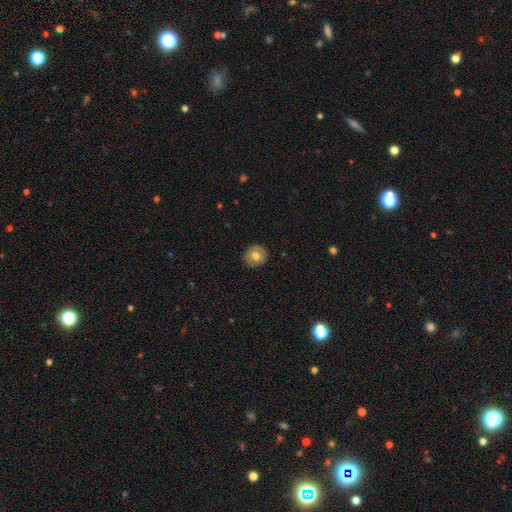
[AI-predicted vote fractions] A smooth galaxy with no disk features (66%) that is round (86%).

Vote fractions:
- Smooth or featured? smooth: 66% / featured or disk: 27% / star or artifact: 7%
- How rounded? round: 86% / in between: 13% / cigar-shaped: 1%
- Merging? none: 88% / minor disturbance: 9% / major disturbance: 2% / merger: 1%